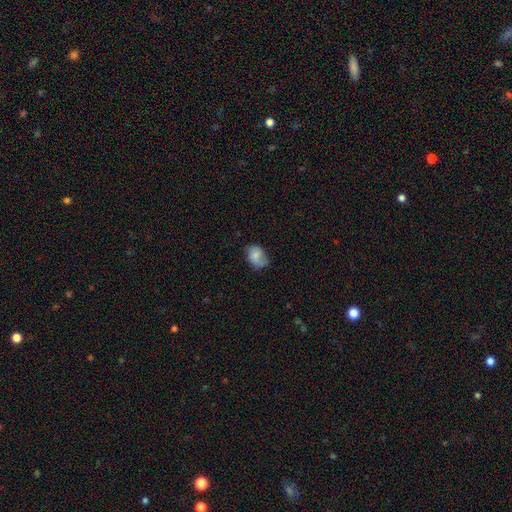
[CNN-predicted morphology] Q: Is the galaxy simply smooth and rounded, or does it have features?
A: smooth — 70%.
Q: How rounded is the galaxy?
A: in between — 68%.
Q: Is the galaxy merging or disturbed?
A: none — 49%.